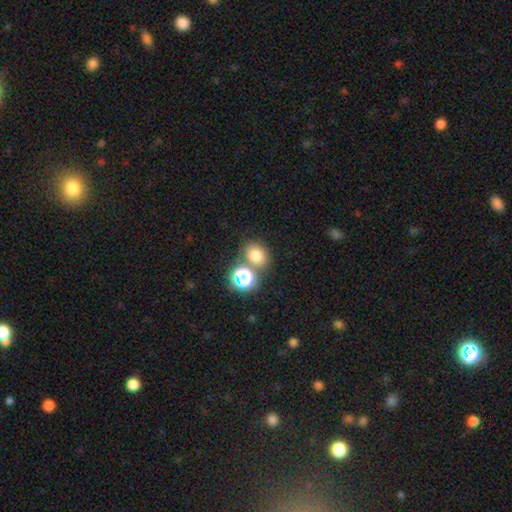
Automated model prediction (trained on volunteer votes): smooth 72%, star or artifact 19%, featured or disk 8%. Down the decision tree: how rounded — round (59%); merging — none (64%).